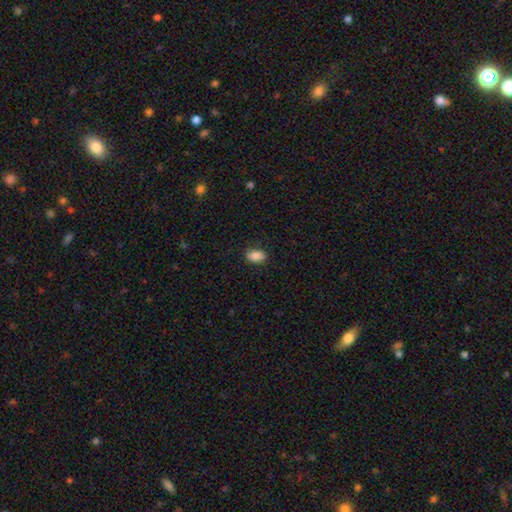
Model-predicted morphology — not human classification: Smooth or featured? smooth (87%)
How rounded? in between (89%)
Merging? none (88%)